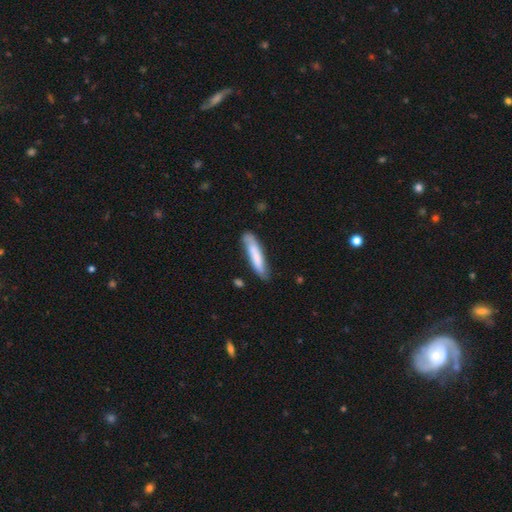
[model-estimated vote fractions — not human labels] This is likely a smooth galaxy (72%). How rounded: clearly cigar-shaped (85%). Merging: likely none (72%).